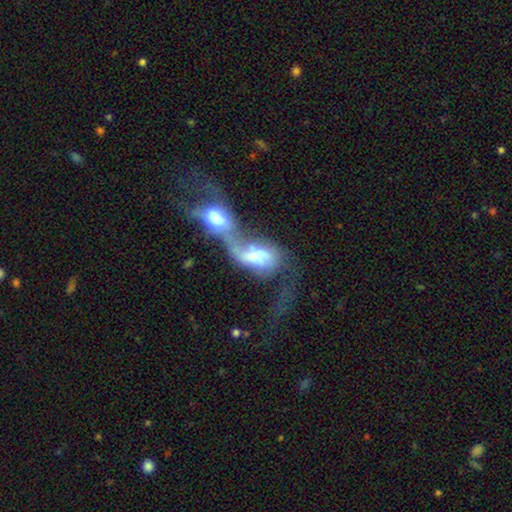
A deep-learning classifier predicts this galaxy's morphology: Smooth or featured?
  - featured or disk: 51% *
  - smooth: 40%
  - star or artifact: 9%
Edge-on disk?
  - no: 93% *
  - yes: 7%
Merging?
  - merger: 81% *
  - major disturbance: 12%
  - none: 4%
  - minor disturbance: 3%